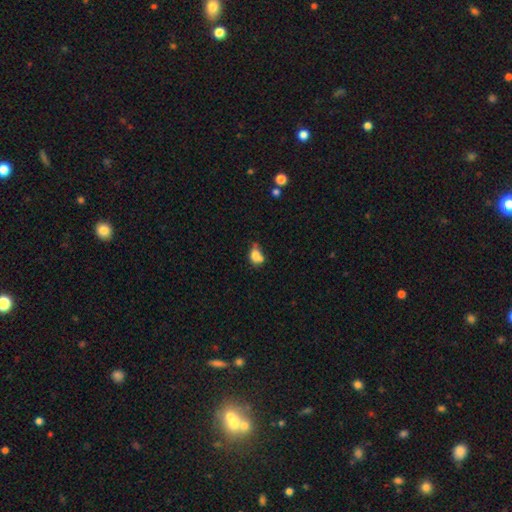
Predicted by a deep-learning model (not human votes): Overall: smooth (75%). How rounded: in between (62%; round 36%). Merging: none (35%; merger 32%).